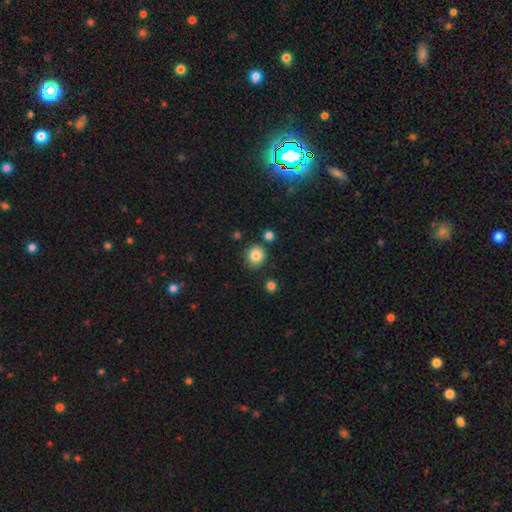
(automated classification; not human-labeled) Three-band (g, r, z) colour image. It shows a smooth galaxy with no disk features (84%) that is round (84%). Merging: none (81%).